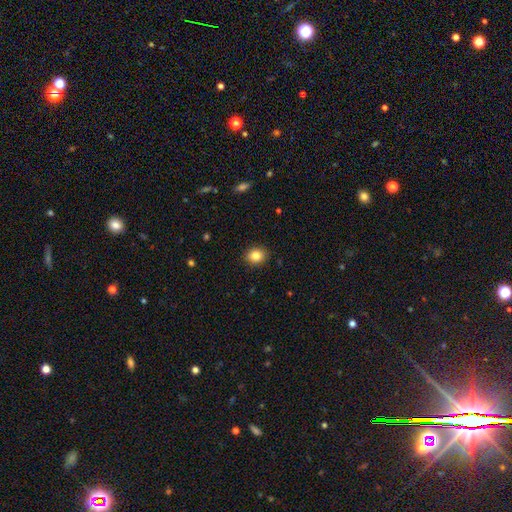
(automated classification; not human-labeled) Smooth or featured? Predicted: smooth (p=0.84). How rounded? Predicted: round (p=0.65). Merging? Predicted: none (p=0.90).